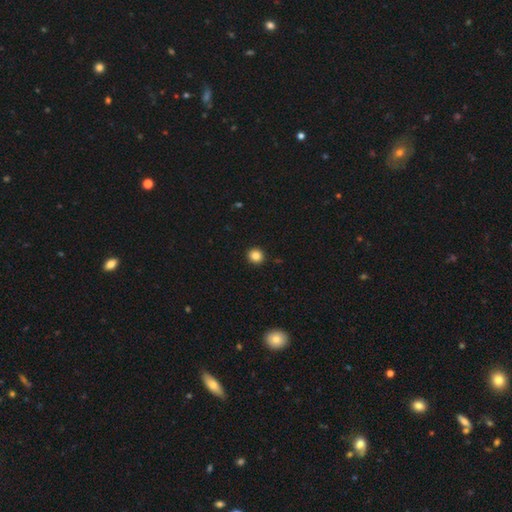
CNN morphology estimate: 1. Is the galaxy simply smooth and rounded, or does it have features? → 84% smooth, 11% star or artifact, 5% featured or disk.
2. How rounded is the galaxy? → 91% round, 8% in between, 1% cigar-shaped.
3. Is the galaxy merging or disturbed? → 93% none, 4% minor disturbance, 1% major disturbance, 1% merger.